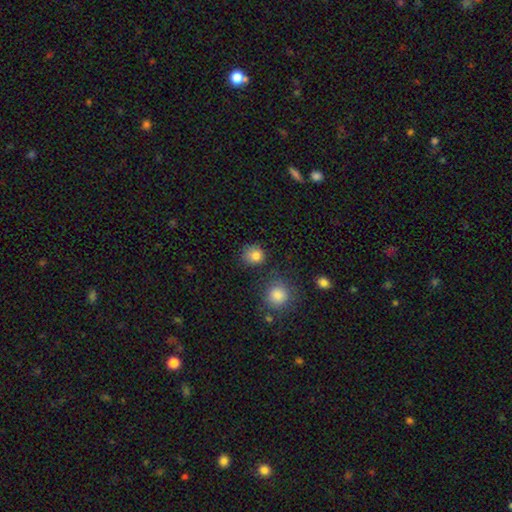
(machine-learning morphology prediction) Smooth or featured: smooth — 82% (star or artifact — 12%)
How rounded: round — 85% (in between — 14%)
Merging: none — 75% (minor disturbance — 14%)